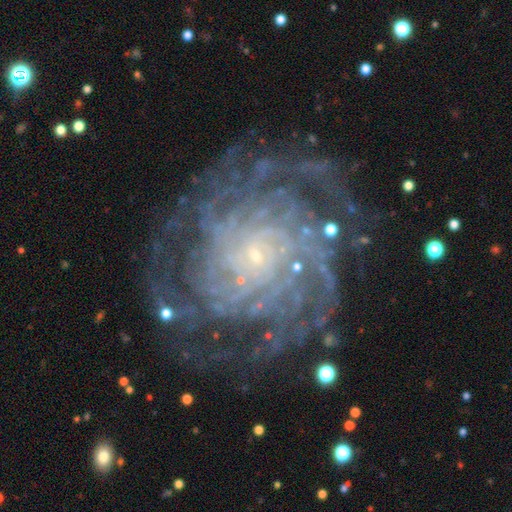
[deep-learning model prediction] Q: Smooth or featured?
A: featured or disk (87%); runner-up: star or artifact (7%)
Q: Edge-on disk?
A: no (98%); runner-up: yes (2%)
Q: Bar?
A: no (77%); runner-up: weak (17%)
Q: Spiral arms?
A: yes (96%); runner-up: no (4%)
Q: Spiral winding?
A: tight (75%); runner-up: medium (20%)
Q: Spiral arm count?
A: more than 4 (30%); runner-up: can't tell (24%)
Q: Bulge size?
A: small (87%); runner-up: moderate (6%)
Q: Merging?
A: none (75%); runner-up: minor disturbance (15%)